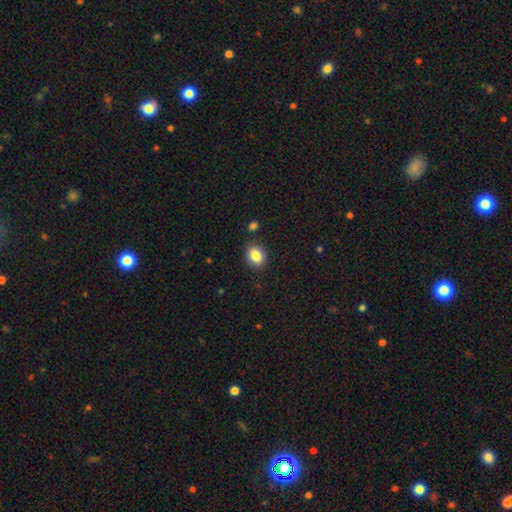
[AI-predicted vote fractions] Overall: smooth (85%). How rounded: in between (54%; round 45%). Merging: none (86%).